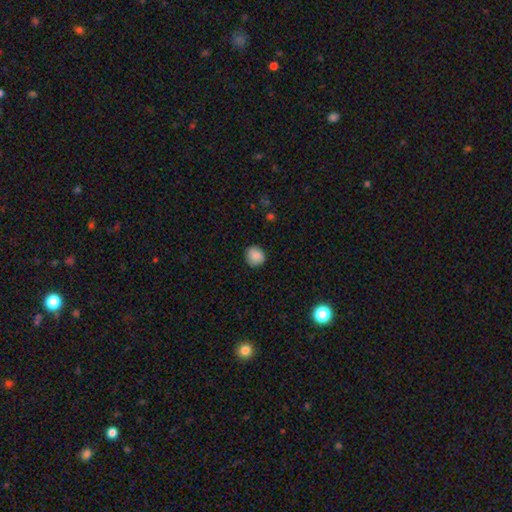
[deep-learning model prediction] Smooth or featured?
  - smooth: 87% *
  - star or artifact: 9%
  - featured or disk: 4%
How rounded?
  - round: 87% *
  - in between: 12%
  - cigar-shaped: 1%
Merging?
  - none: 86% *
  - minor disturbance: 10%
  - major disturbance: 2%
  - merger: 1%